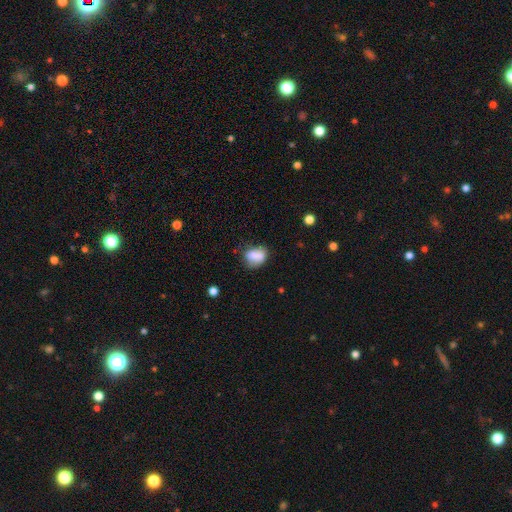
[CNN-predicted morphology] This is likely a smooth galaxy (76%). How rounded: likely in between (65%). Merging: possibly none (50%).